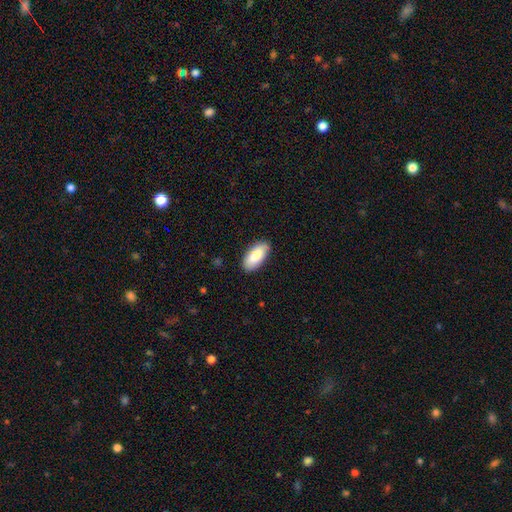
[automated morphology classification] Smooth or featured? smooth (85%)
How rounded? in between (91%)
Merging? none (83%)